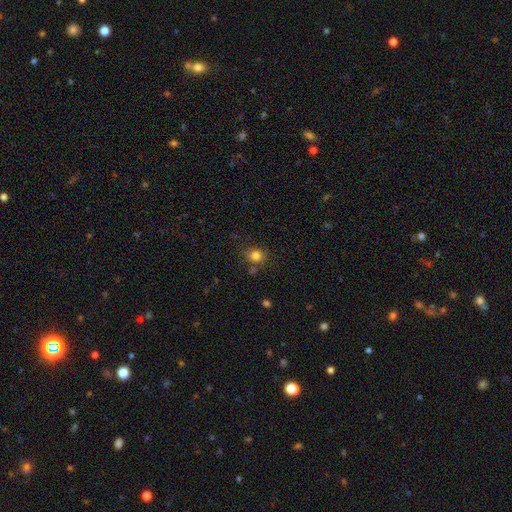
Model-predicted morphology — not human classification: Smooth or featured? smooth (81%)
How rounded? round (69%)
Merging? none (76%)